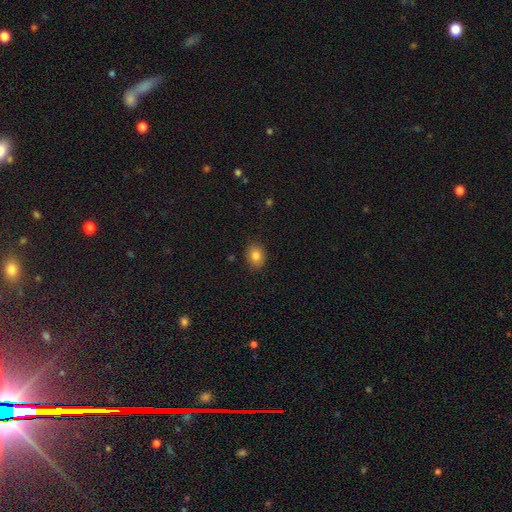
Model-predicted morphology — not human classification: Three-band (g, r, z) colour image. It shows a smooth galaxy with no disk features (83%) that is in between round and cigar-shaped (54%). Merging: none (88%).